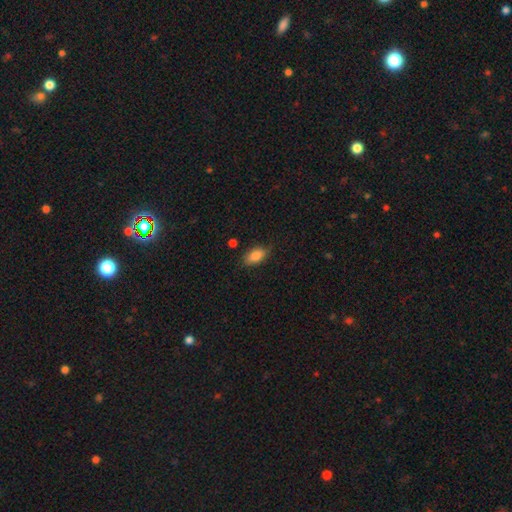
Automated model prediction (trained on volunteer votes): The model was most divided on "merging": none: 78%, minor disturbance: 17%, major disturbance: 3%, merger: 2%. More confident: how rounded — in between (90%); smooth or featured — smooth (84%).